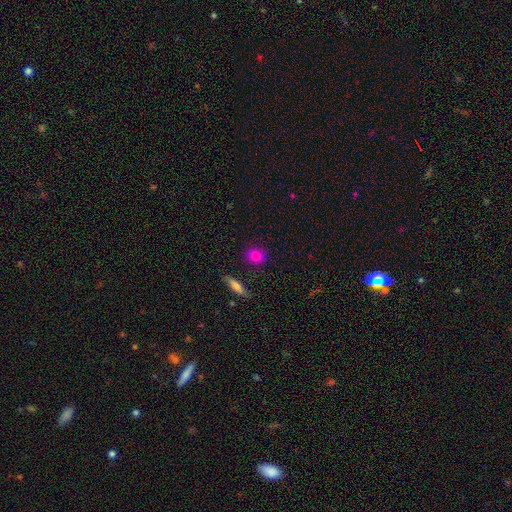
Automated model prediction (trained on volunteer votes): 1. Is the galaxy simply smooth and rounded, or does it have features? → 83% smooth, 9% star or artifact, 8% featured or disk.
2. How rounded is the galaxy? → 64% round, 33% in between, 3% cigar-shaped.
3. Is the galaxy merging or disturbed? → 88% none, 8% minor disturbance, 2% major disturbance, 2% merger.